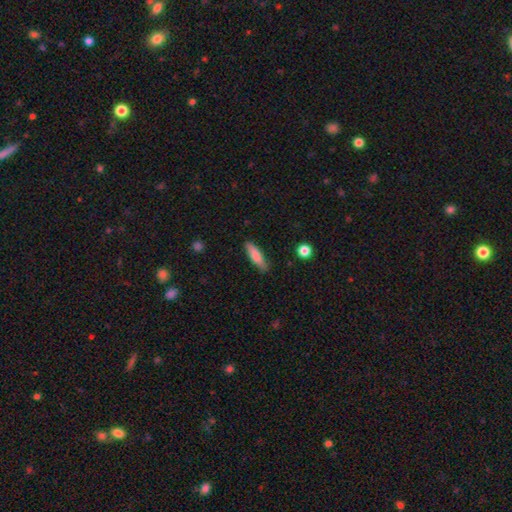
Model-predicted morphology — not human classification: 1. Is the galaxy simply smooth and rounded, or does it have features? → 77% smooth, 17% featured or disk, 6% star or artifact.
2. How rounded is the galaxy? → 69% cigar-shaped, 29% in between, 2% round.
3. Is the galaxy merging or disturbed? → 83% none, 13% minor disturbance, 2% major disturbance, 1% merger.